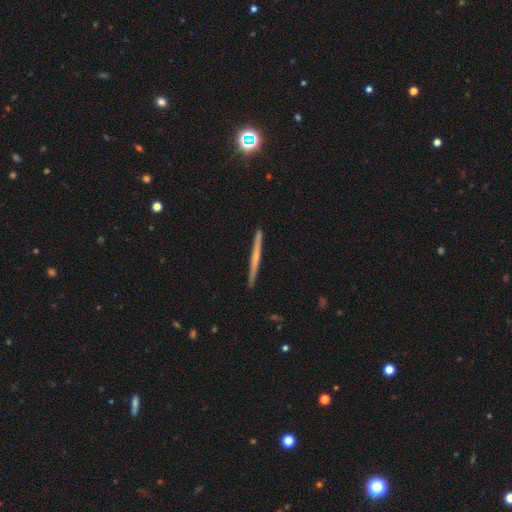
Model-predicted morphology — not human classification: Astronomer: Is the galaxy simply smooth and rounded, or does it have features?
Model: featured or disk — 57% (runner-up: smooth, 37%).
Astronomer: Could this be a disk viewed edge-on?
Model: yes — 98%.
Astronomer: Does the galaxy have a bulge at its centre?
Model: none — 72%.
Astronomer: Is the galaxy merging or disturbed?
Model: none — 92%.